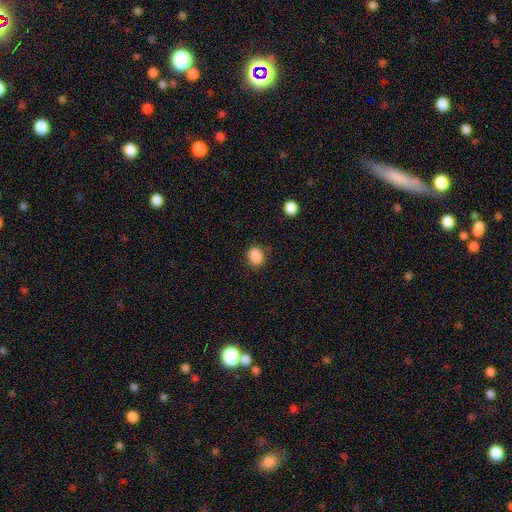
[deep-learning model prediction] Smooth or featured? Predicted: smooth (p=0.88). How rounded? Predicted: in between (p=0.53). Merging? Predicted: none (p=0.81).